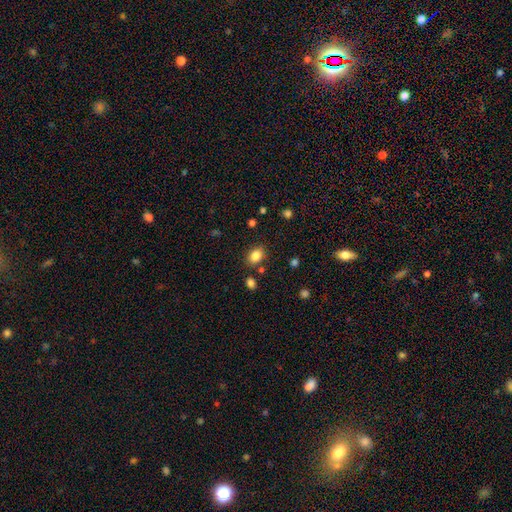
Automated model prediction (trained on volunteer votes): Smooth or featured? Predicted: smooth (p=0.85). How rounded? Predicted: in between (p=0.69). Merging? Predicted: none (p=0.81).